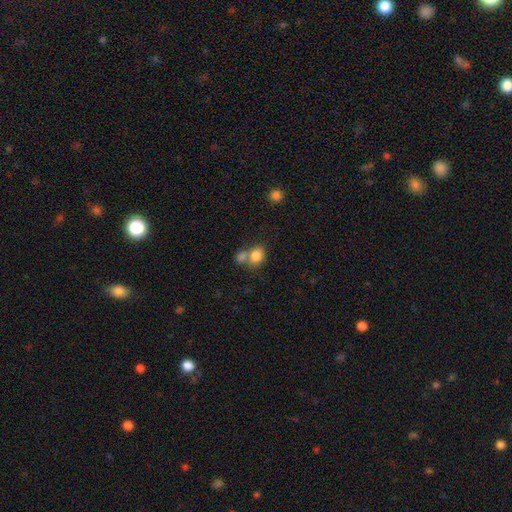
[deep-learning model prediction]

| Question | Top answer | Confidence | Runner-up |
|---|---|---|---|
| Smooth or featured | smooth | 82% | star or artifact (10%) |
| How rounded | round | 53% | in between (46%) |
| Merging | merger | 46% | none (41%) |